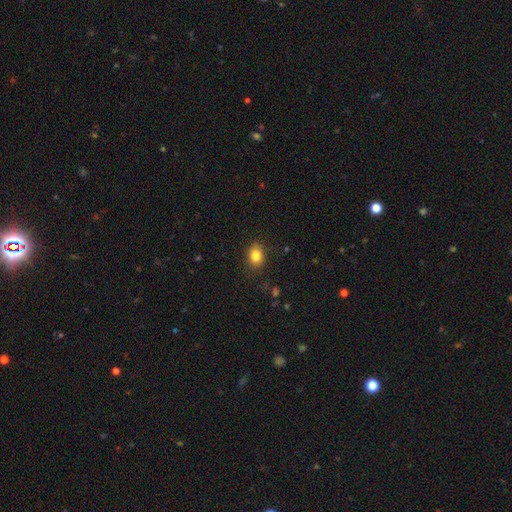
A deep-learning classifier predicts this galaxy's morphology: Q: Smooth or featured?
A: smooth (83%); runner-up: star or artifact (10%)
Q: How rounded?
A: in between (55%); runner-up: round (44%)
Q: Merging?
A: none (84%); runner-up: minor disturbance (12%)